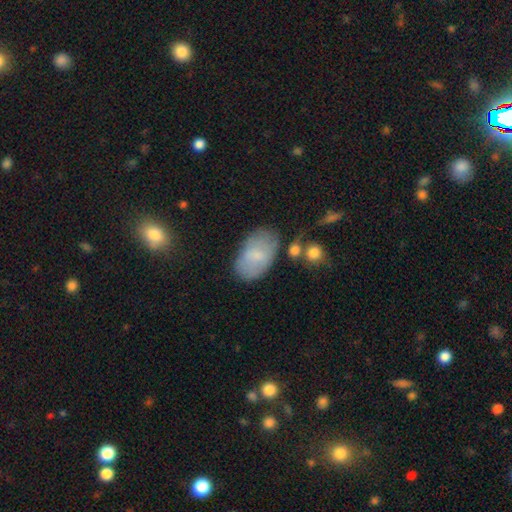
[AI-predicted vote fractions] A smooth galaxy with no disk features (72%) that is in between round and cigar-shaped (93%). Merging: none (67%).